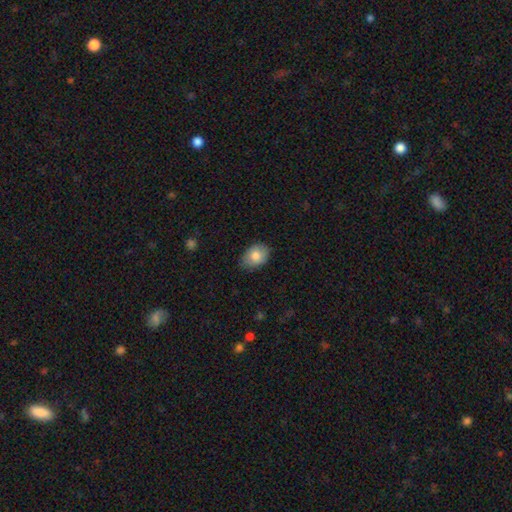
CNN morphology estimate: smooth_or_featured: smooth (p=0.83) [alt: featured or disk p=0.10]
how_rounded: in between (p=0.78) [alt: round p=0.21]
merging: none (p=0.80) [alt: minor disturbance p=0.17]